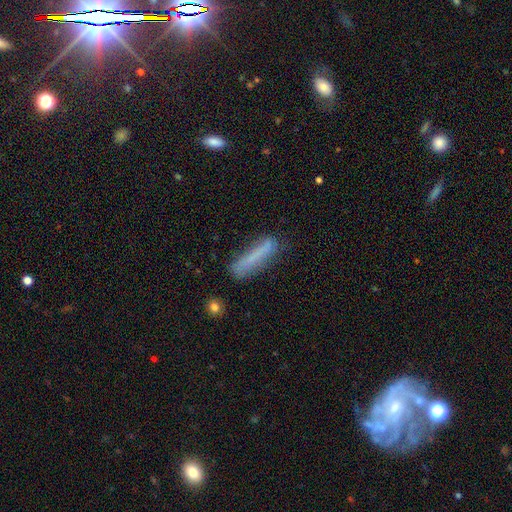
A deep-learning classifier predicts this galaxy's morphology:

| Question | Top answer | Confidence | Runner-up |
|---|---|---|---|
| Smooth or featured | smooth | 65% | featured or disk (26%) |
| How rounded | cigar-shaped | 89% | in between (10%) |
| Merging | none | 69% | minor disturbance (21%) |